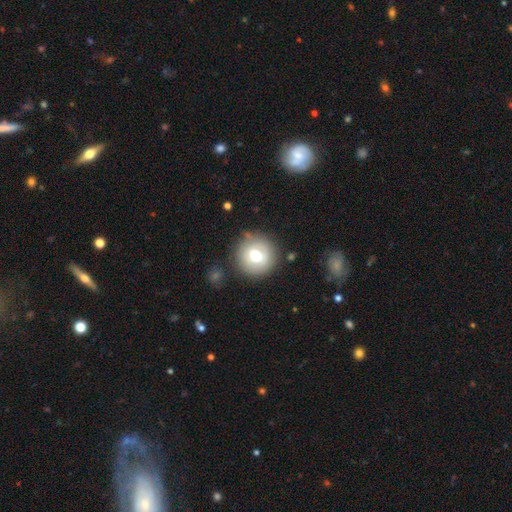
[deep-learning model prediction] This appears to be a smooth galaxy with no disk features (67%) that is round (95%). Merging: none (83%).